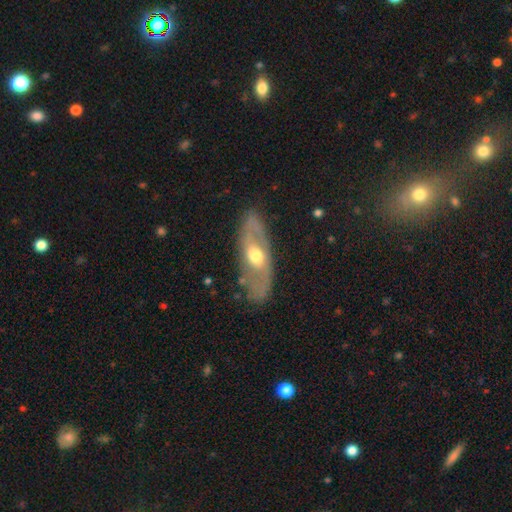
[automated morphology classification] Smooth or featured?
  - featured or disk: 69% *
  - smooth: 26%
  - star or artifact: 5%
Edge-on disk?
  - no: 80% *
  - yes: 20%
Bar?
  - no: 67% *
  - weak: 25%
  - strong: 8%
Spiral arms?
  - yes: 55% *
  - no: 45%
Bulge size?
  - moderate: 74% *
  - small: 12%
  - large: 11%
  - dominant: 1%
  - none: 1%
Merging?
  - none: 81% *
  - minor disturbance: 13%
  - major disturbance: 4%
  - merger: 2%